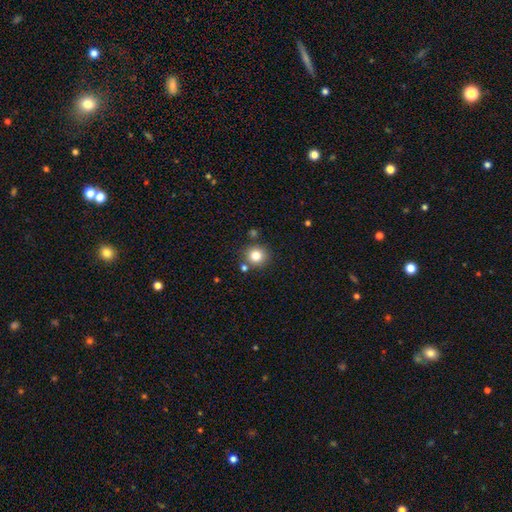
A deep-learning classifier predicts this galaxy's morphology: type=smooth (82%); roundness=round (90%); merging=none (81%).